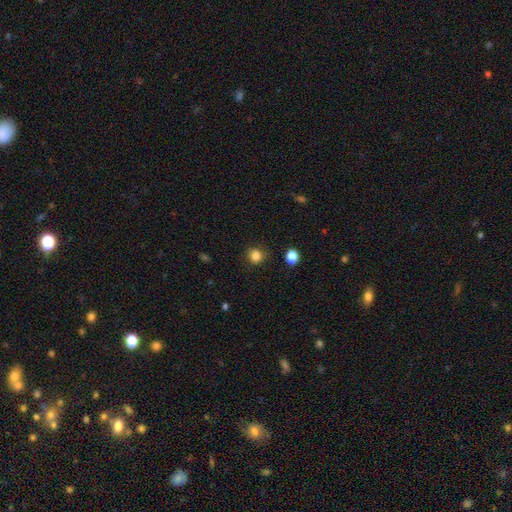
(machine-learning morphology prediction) This is clearly a smooth galaxy (84%). How rounded: clearly round (81%). Merging: clearly none (83%).